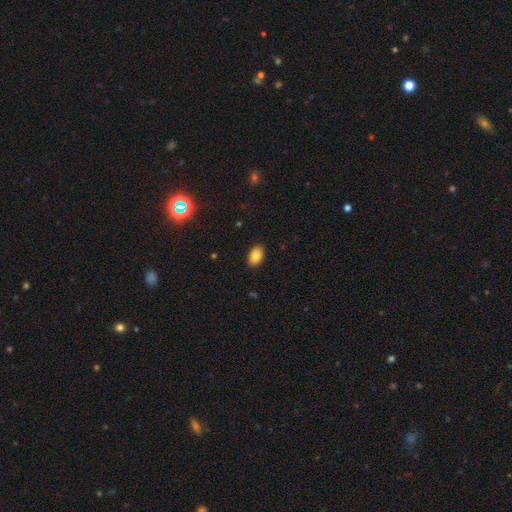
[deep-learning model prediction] This appears to be a smooth galaxy with no disk features (84%) that is in between round and cigar-shaped (88%). Merging: none (89%).